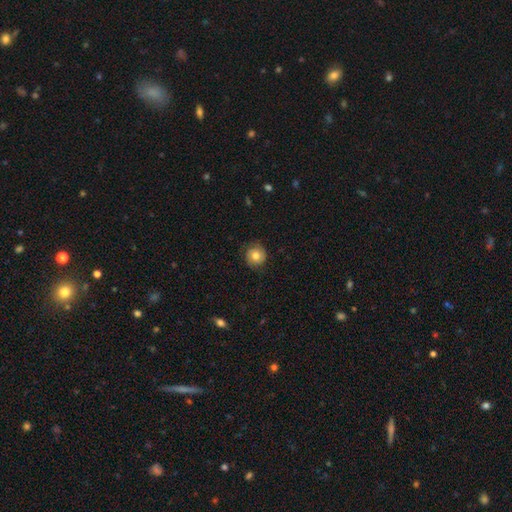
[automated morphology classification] This appears to be a smooth galaxy with no disk features (62%) that is round (90%). Merging: none (80%).